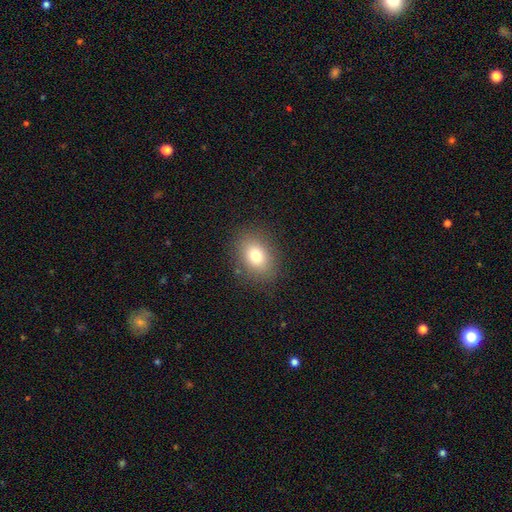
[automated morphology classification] This appears to be a smooth galaxy with no disk features (77%) that is in between round and cigar-shaped (67%). Merging: none (85%).